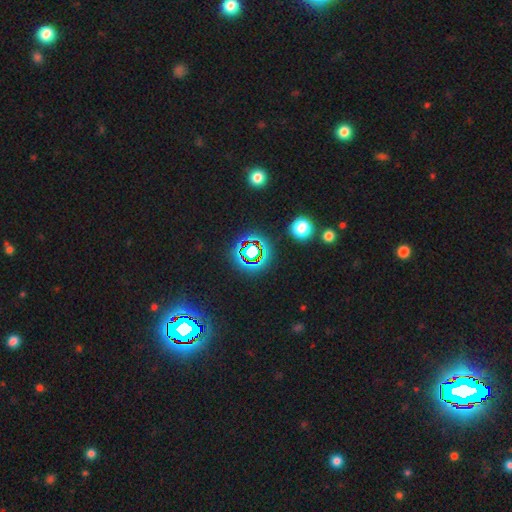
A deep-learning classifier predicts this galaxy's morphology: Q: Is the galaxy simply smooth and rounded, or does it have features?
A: star or artifact — 74%.